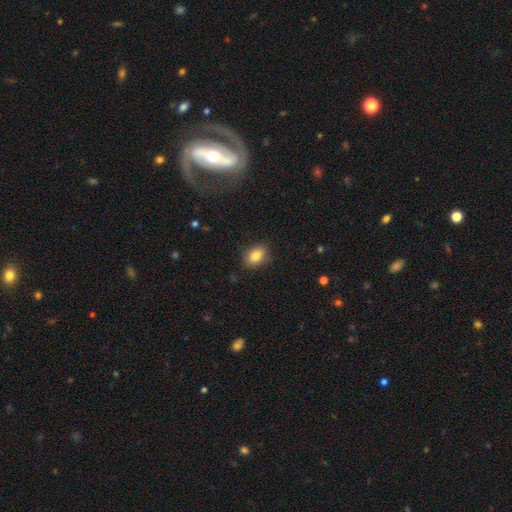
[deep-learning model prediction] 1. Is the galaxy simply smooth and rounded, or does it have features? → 83% smooth, 9% star or artifact, 8% featured or disk.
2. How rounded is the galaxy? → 75% in between, 23% round, 2% cigar-shaped.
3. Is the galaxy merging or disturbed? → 80% none, 15% minor disturbance, 3% major disturbance, 1% merger.